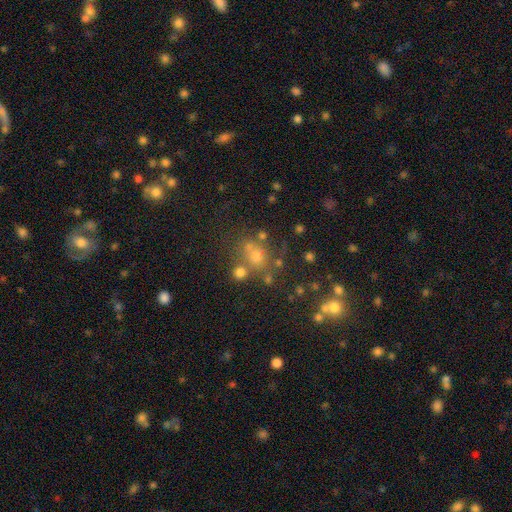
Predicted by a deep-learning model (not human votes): Smooth or featured? smooth (54%)
How rounded? round (76%)
Merging? none (56%)